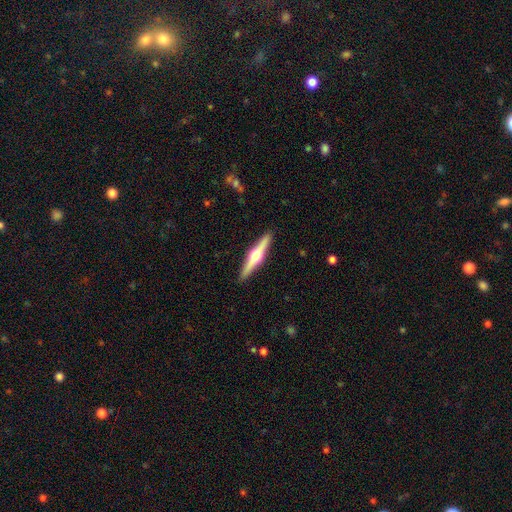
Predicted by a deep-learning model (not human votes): A featured or disk galaxy (75%) viewed edge-on (98%) with a rounded central bulge (96%). Merging: none (92%).